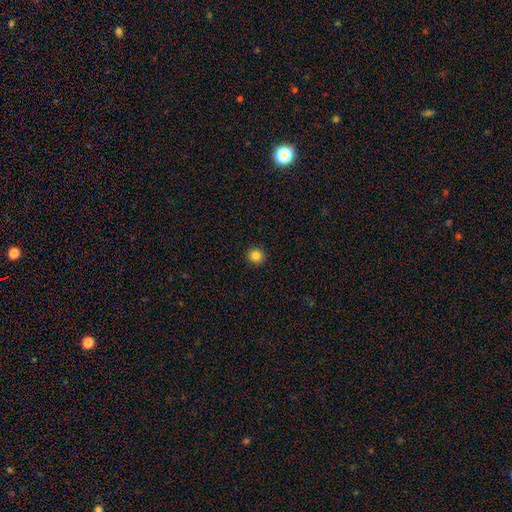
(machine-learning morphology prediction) The model was most divided on "smooth or featured": smooth: 84%, star or artifact: 12%, featured or disk: 5%. More confident: merging — none (93%); how rounded — round (90%).